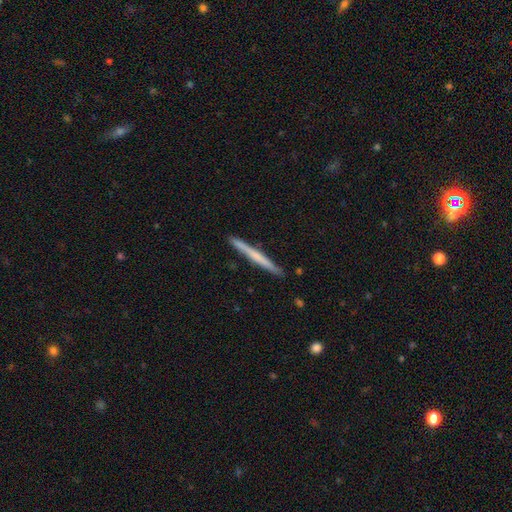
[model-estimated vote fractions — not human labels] smooth_or_featured: smooth (p=0.50) [alt: featured or disk p=0.45]
merging: none (p=0.91) [alt: minor disturbance p=0.07]